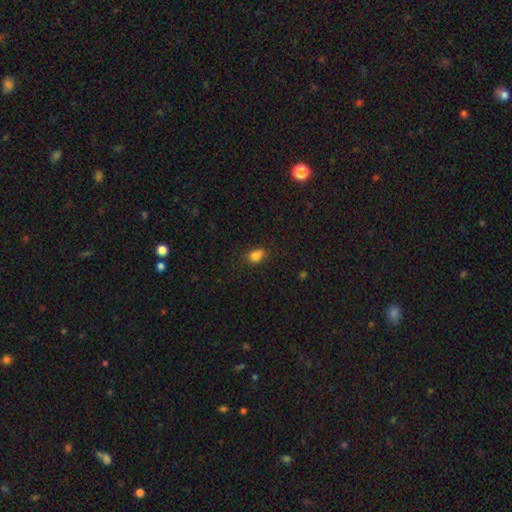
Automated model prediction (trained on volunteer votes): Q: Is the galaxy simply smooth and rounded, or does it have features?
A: smooth — 82%.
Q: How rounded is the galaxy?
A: in between — 64%.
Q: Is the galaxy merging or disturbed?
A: none — 65%.